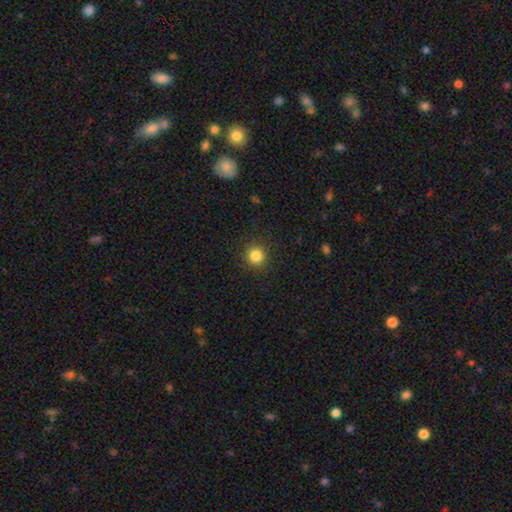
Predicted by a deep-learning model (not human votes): This is clearly a smooth galaxy (84%). How rounded: clearly round (94%). Merging: clearly none (91%).